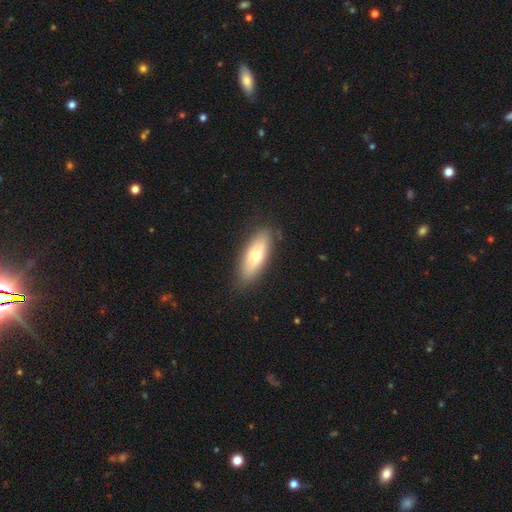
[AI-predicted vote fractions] Overall: smooth (56%; featured or disk 38%). How rounded: in between (59%; cigar-shaped 39%). Merging: none (84%).